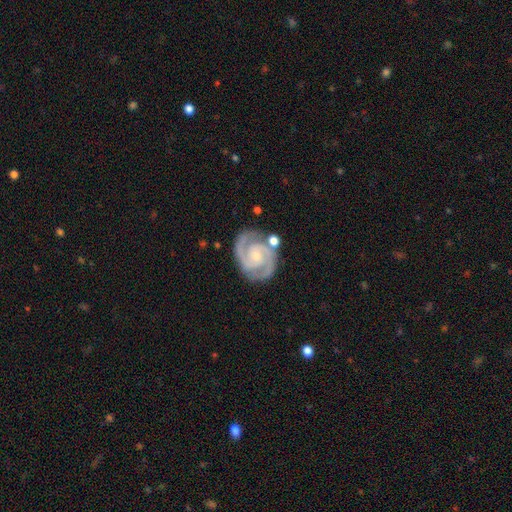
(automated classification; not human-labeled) A featured or disk galaxy (92%) with no bar (55%), 2 (86%) tight (52%) spiral arms (99%) and a small central bulge (67%). Merging: none (77%).